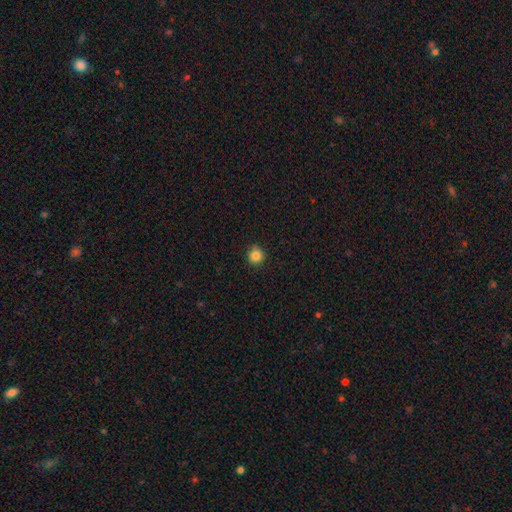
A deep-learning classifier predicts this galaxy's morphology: smooth 84%, star or artifact 11%, featured or disk 4%. Down the decision tree: how rounded — round (94%); merging — none (88%).